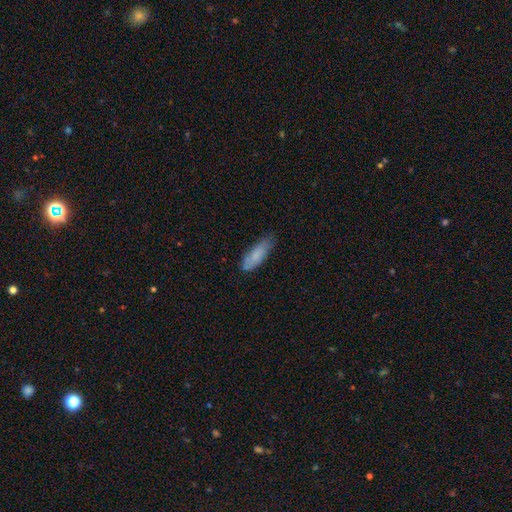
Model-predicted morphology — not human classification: smooth_or_featured: smooth (p=0.78) [alt: featured or disk p=0.15]
how_rounded: in between (p=0.58) [alt: cigar-shaped p=0.40]
merging: none (p=0.65) [alt: minor disturbance p=0.28]